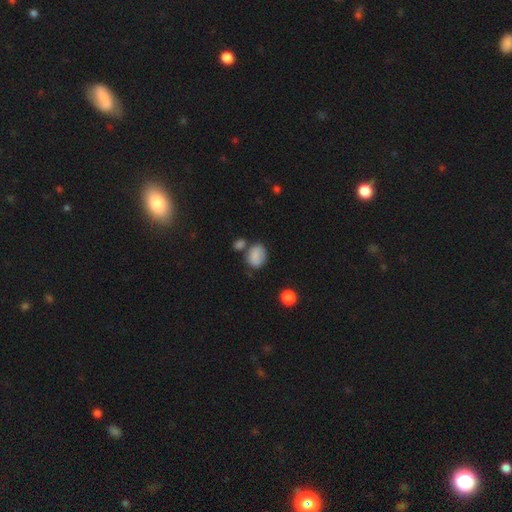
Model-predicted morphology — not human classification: Smooth or featured: smooth — 83% (star or artifact — 9%)
How rounded: in between — 58% (round — 40%)
Merging: none — 55% (minor disturbance — 20%)